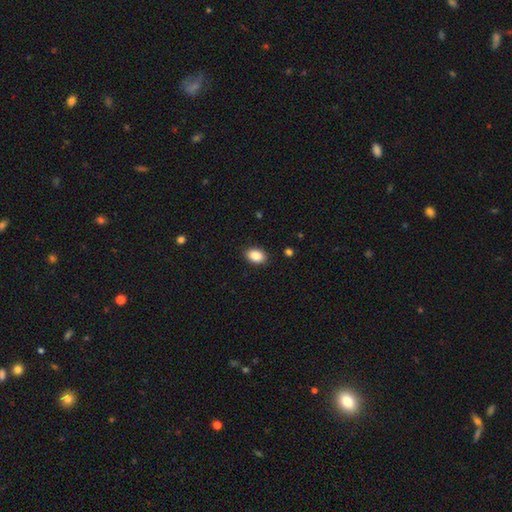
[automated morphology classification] Smooth or featured?
  - smooth: 88% *
  - star or artifact: 8%
  - featured or disk: 5%
How rounded?
  - in between: 86% *
  - round: 13%
  - cigar-shaped: 1%
Merging?
  - none: 89% *
  - minor disturbance: 8%
  - major disturbance: 2%
  - merger: 1%